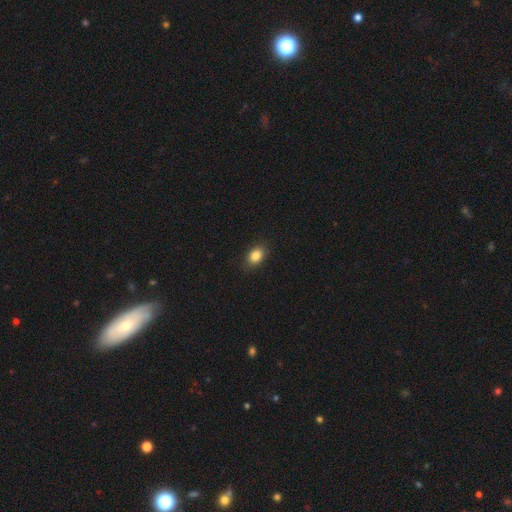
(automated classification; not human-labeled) The model was most divided on "how rounded": in between: 70%, round: 29%, cigar-shaped: 1%. More confident: merging — none (88%); smooth or featured — smooth (85%).